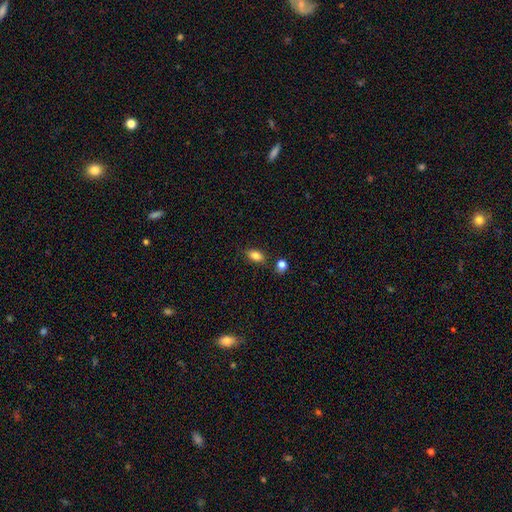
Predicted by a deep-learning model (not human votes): Q: Smooth or featured?
A: smooth (83%); runner-up: star or artifact (9%)
Q: How rounded?
A: in between (85%); runner-up: round (10%)
Q: Merging?
A: none (77%); runner-up: minor disturbance (13%)